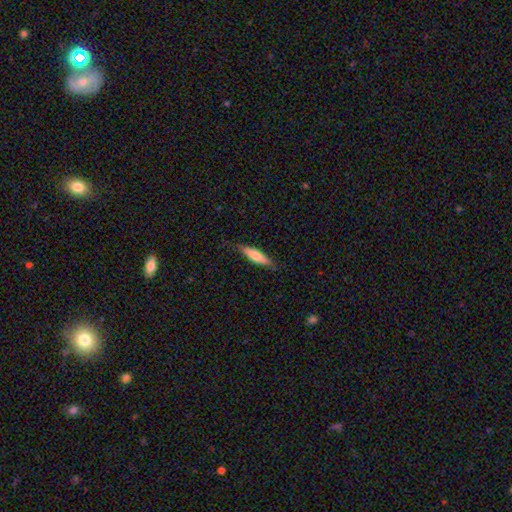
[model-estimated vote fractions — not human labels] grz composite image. It shows a smooth galaxy with no disk features (67%) that is cigar-shaped (68%). Merging: none (79%).